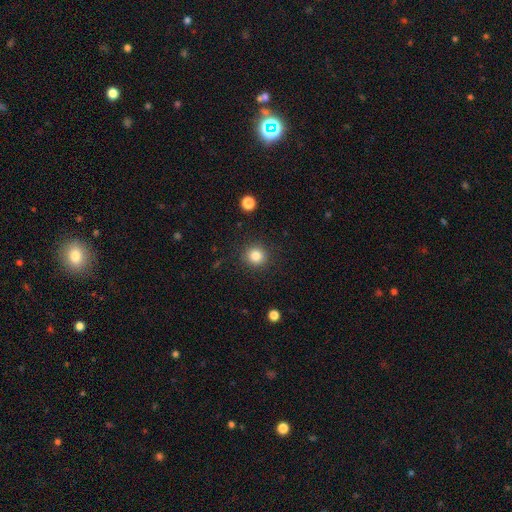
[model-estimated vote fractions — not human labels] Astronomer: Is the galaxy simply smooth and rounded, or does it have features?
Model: smooth — 83%.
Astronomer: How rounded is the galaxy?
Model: round — 93%.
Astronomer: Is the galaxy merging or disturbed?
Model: none — 90%.